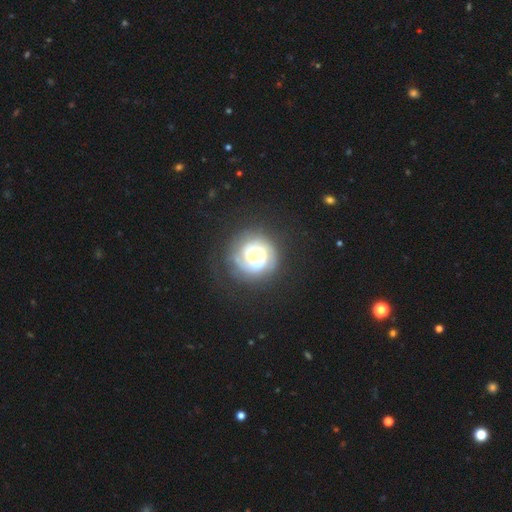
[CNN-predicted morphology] Smooth or featured? featured or disk (73%)
Edge-on disk? no (98%)
Bar? no (74%)
Spiral arms? yes (83%)
Spiral winding? tight (68%)
Spiral arm count? 2 (33%)
Bulge size? moderate (52%)
Merging? none (67%)